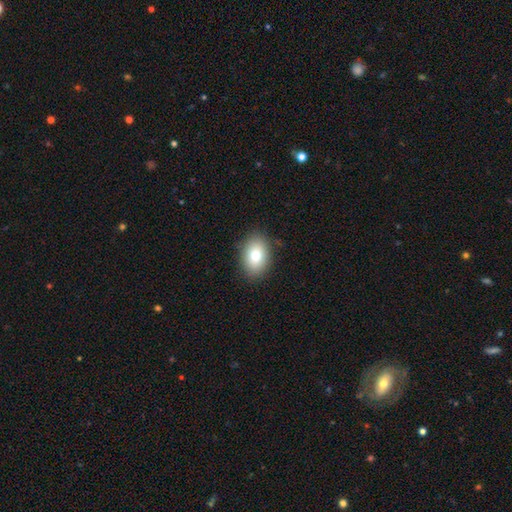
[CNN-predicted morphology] Q: Smooth or featured?
A: smooth (78%); runner-up: featured or disk (13%)
Q: How rounded?
A: in between (82%); runner-up: round (17%)
Q: Merging?
A: none (87%); runner-up: minor disturbance (9%)